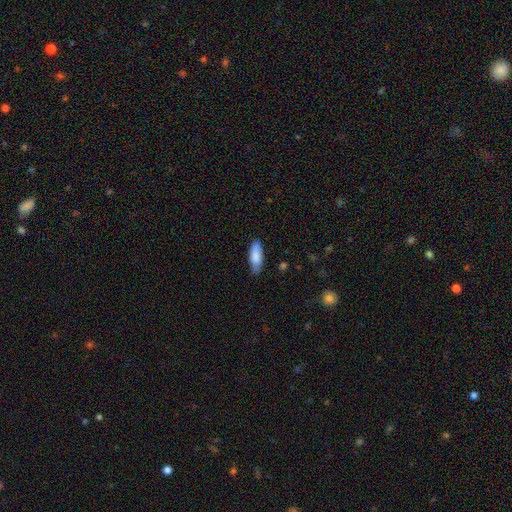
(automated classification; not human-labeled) This is clearly a smooth galaxy (84%). How rounded: likely in between (67%). Merging: likely none (76%).